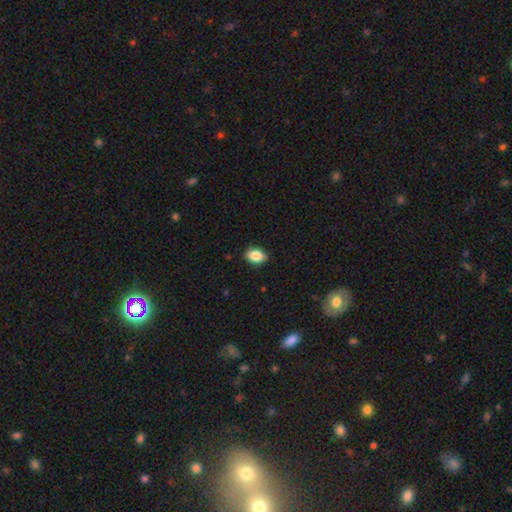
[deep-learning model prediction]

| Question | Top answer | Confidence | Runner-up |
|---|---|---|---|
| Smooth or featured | smooth | 86% | star or artifact (8%) |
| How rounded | in between | 77% | round (22%) |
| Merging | none | 87% | minor disturbance (10%) |